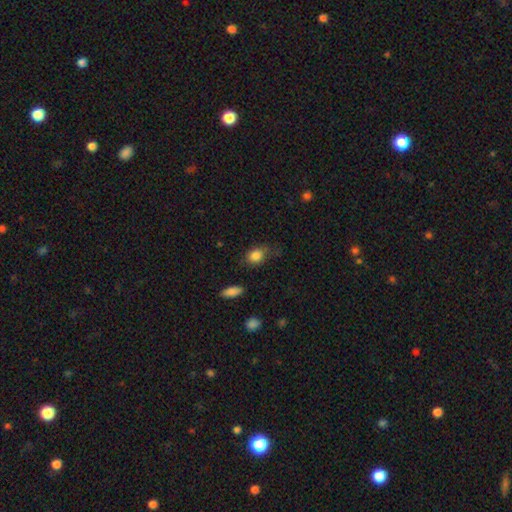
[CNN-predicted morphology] This is clearly a smooth galaxy (85%). How rounded: likely in between (60%). Merging: likely none (62%).